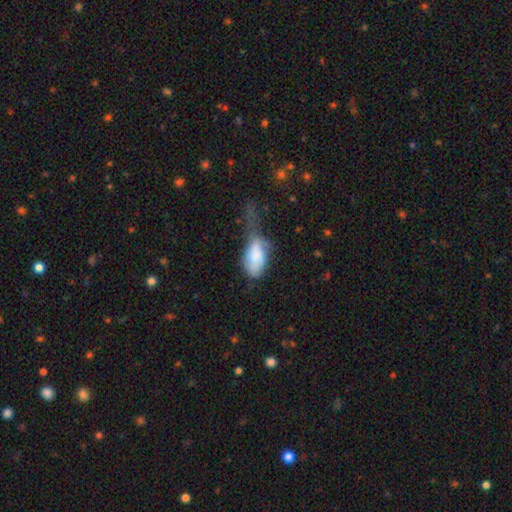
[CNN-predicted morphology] smooth 75%, featured or disk 18%, star or artifact 7%. Down the decision tree: how rounded — in between (92%); merging — major disturbance (52%).